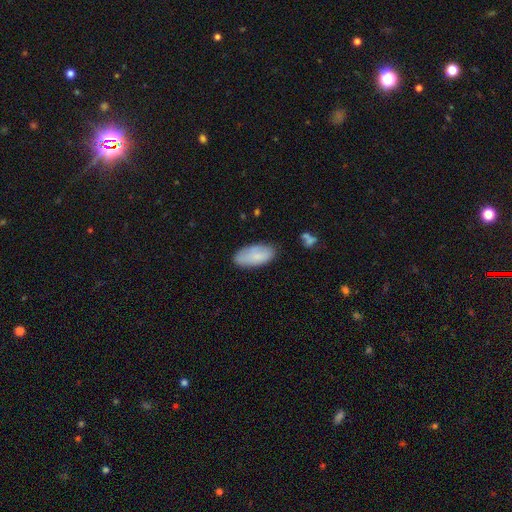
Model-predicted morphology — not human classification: smooth_or_featured: smooth (p=0.81) [alt: featured or disk p=0.13]
how_rounded: in between (p=0.92) [alt: cigar-shaped p=0.06]
merging: none (p=0.74) [alt: minor disturbance p=0.20]